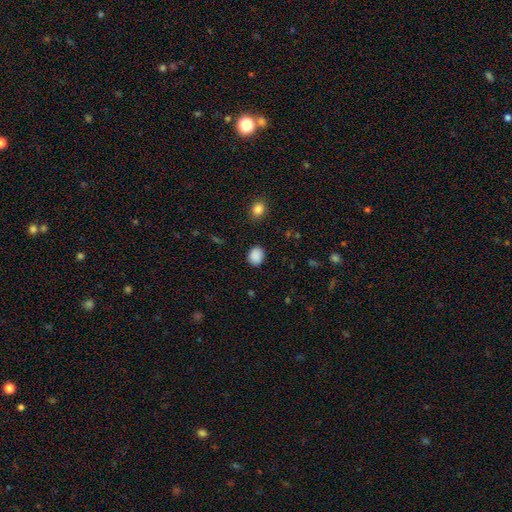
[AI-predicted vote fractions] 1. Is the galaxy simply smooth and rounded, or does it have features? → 89% smooth, 9% star or artifact, 3% featured or disk.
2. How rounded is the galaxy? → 53% round, 46% in between, 1% cigar-shaped.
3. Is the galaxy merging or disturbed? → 87% none, 9% minor disturbance, 3% major disturbance, 1% merger.